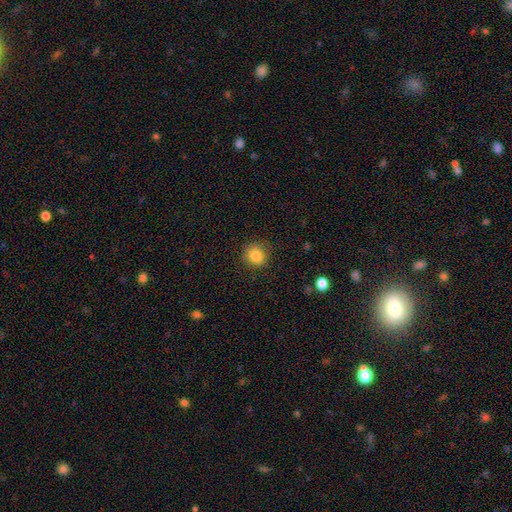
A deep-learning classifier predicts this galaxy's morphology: type=smooth (85%); roundness=round (86%); merging=none (85%).